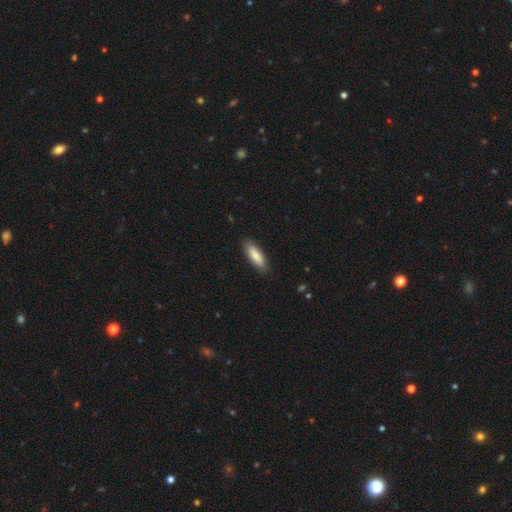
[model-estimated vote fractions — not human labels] Overall: smooth (84%). How rounded: in between (60%; cigar-shaped 39%). Merging: none (87%).